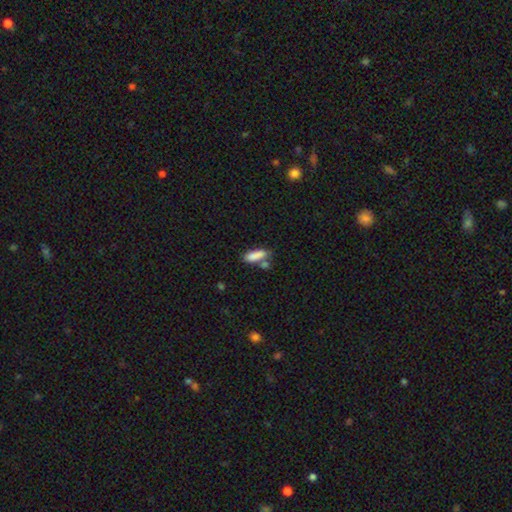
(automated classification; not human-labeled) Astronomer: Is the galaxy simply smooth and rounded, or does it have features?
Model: smooth — 86%.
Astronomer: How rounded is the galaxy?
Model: in between — 60% (runner-up: cigar-shaped, 38%).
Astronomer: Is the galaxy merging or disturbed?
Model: none — 53%.